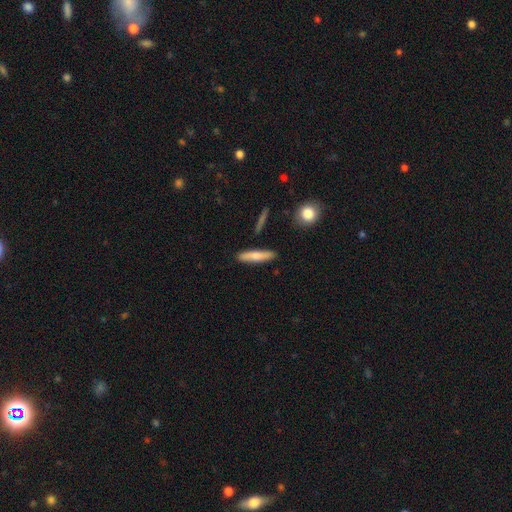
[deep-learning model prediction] Q: Smooth or featured?
A: smooth (70%); runner-up: featured or disk (24%)
Q: How rounded?
A: cigar-shaped (82%); runner-up: in between (16%)
Q: Merging?
A: none (87%); runner-up: minor disturbance (9%)